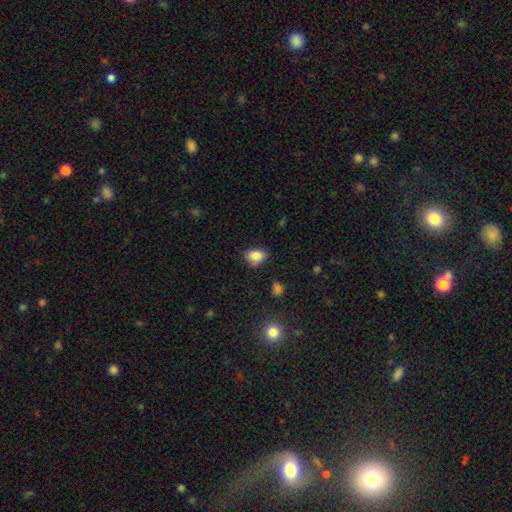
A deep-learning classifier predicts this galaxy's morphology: This is clearly a smooth galaxy (85%). How rounded: likely in between (74%). Merging: likely none (65%).